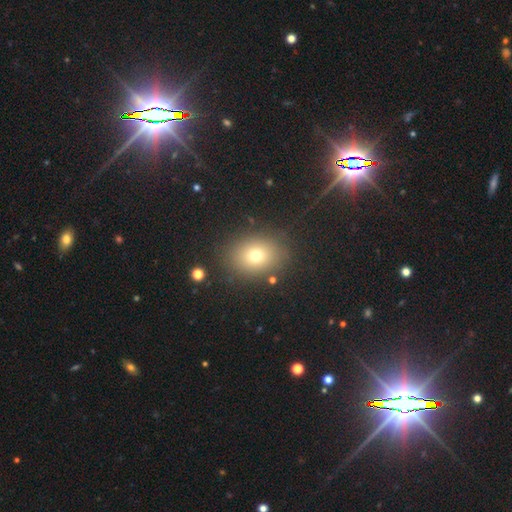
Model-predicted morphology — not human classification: Smooth or featured? smooth (73%)
How rounded? in between (50%)
Merging? none (85%)